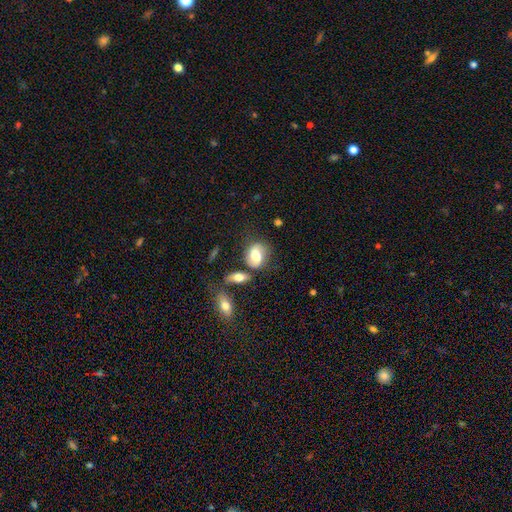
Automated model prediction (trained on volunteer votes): Morphology: type=smooth (61%); roundness=in between (69%); merging=none (57%).